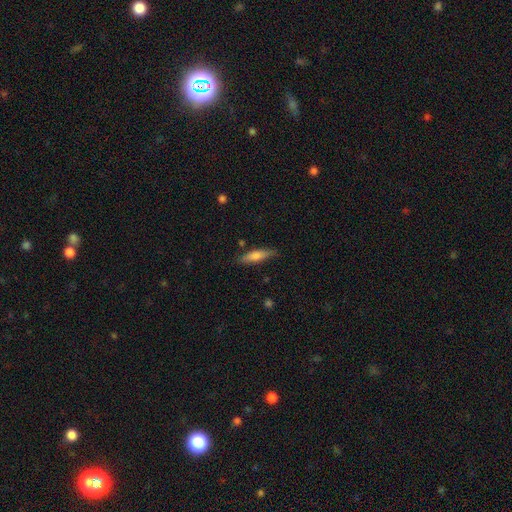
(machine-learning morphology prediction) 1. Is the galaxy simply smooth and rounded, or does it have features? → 68% smooth, 25% featured or disk, 6% star or artifact.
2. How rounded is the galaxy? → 67% cigar-shaped, 31% in between, 2% round.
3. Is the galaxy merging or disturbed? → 82% none, 13% minor disturbance, 3% major disturbance, 2% merger.